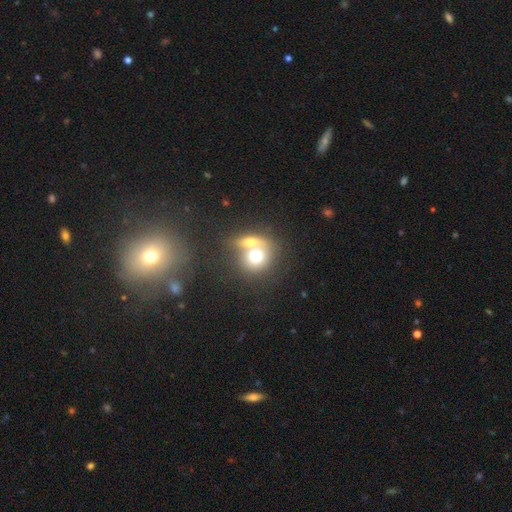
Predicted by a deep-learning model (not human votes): smooth_or_featured: smooth (p=0.66) [alt: featured or disk p=0.24]
how_rounded: round (p=0.76) [alt: in between p=0.22]
merging: merger (p=0.61) [alt: none p=0.26]